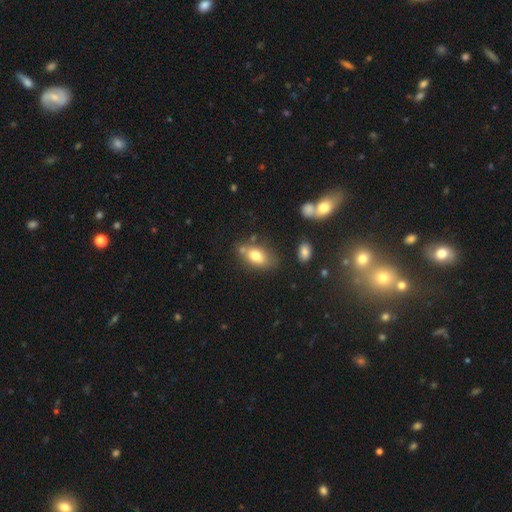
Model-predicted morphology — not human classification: Overall: smooth (76%). How rounded: in between (86%). Merging: none (61%).